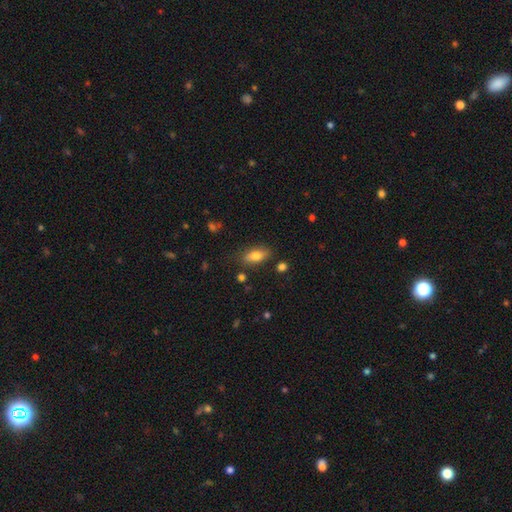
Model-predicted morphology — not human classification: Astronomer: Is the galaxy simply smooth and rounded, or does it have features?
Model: smooth — 76%.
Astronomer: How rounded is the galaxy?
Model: in between — 82%.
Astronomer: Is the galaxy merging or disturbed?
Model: none — 80%.